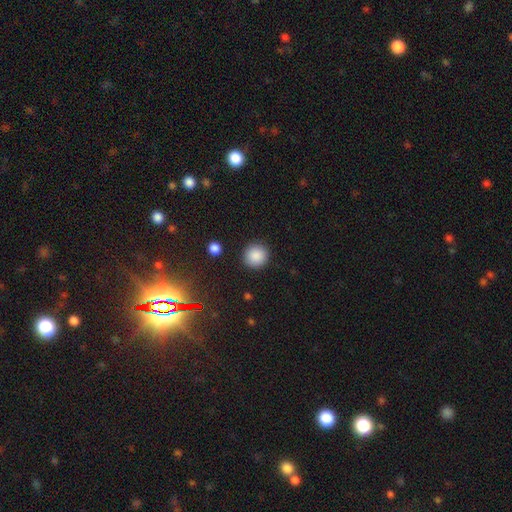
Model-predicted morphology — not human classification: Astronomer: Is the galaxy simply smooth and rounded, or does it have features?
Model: smooth — 88%.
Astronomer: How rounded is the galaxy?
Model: round — 93%.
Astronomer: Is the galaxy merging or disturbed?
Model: none — 91%.